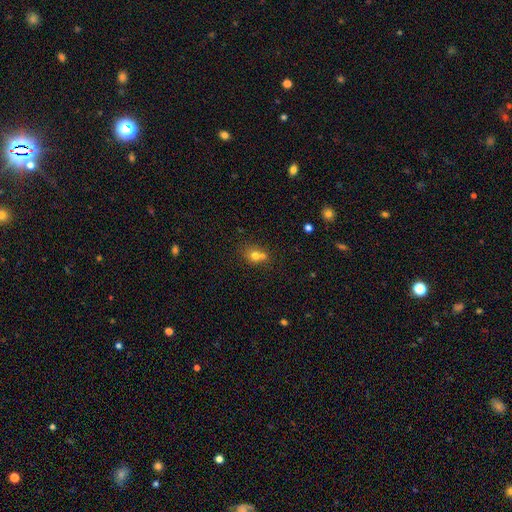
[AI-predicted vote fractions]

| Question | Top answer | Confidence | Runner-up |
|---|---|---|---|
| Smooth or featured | smooth | 72% | star or artifact (14%) |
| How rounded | round | 71% | in between (27%) |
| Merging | merger | 48% | none (40%) |